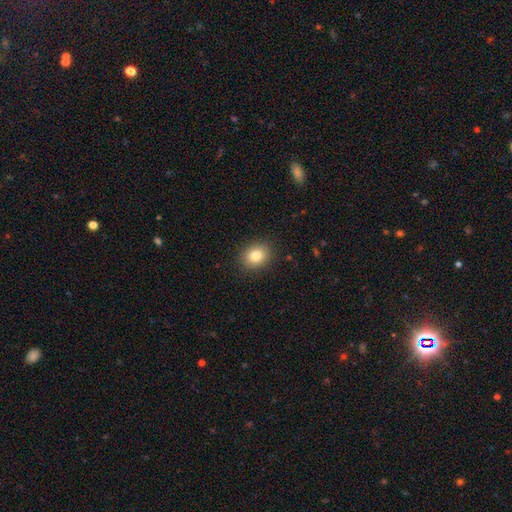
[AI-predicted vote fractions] The model was most divided on "how rounded": round: 53%, in between: 46%, cigar-shaped: 1%. More confident: merging — none (89%); smooth or featured — smooth (82%).